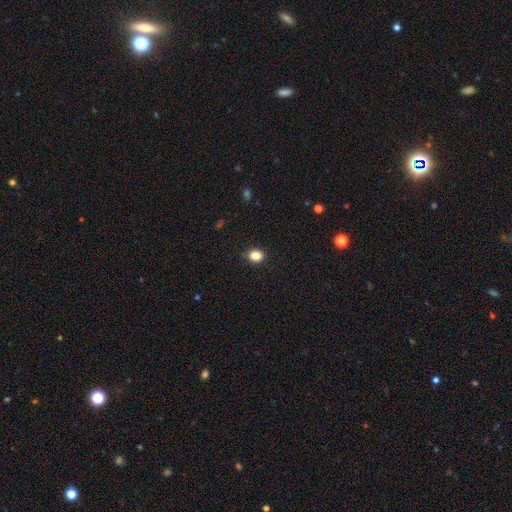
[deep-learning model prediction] A smooth galaxy with no disk features (84%) that is round (62%). Merging: none (87%).